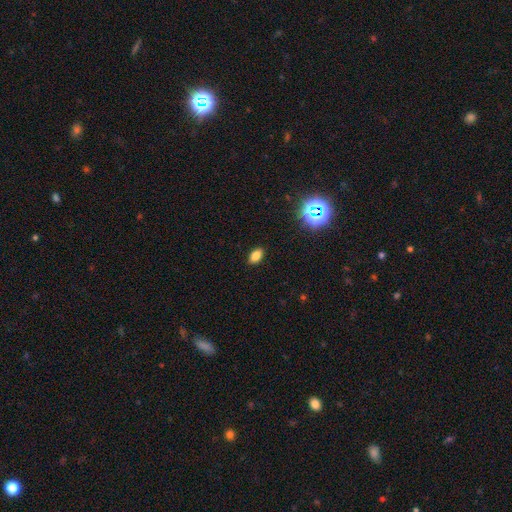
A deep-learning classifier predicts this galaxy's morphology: Smooth or featured: smooth — 80% (star or artifact — 14%)
How rounded: in between — 88% (round — 9%)
Merging: none — 89% (minor disturbance — 8%)